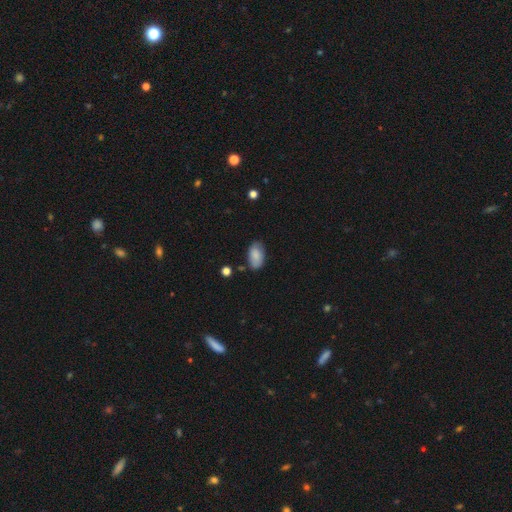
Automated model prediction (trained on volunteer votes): Overall: smooth (84%). How rounded: in between (94%). Merging: none (73%).